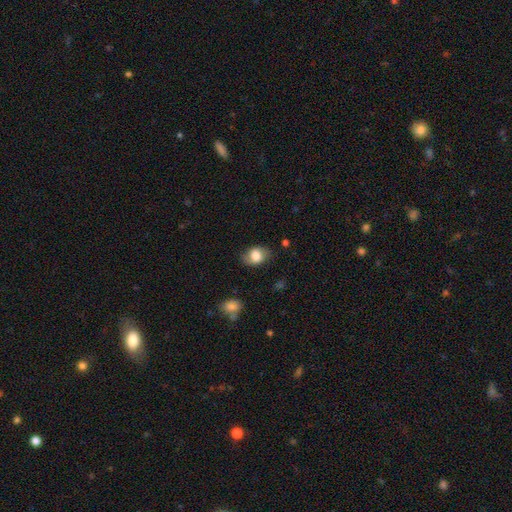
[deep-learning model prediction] smooth-or-featured: smooth: 75% | featured or disk: 17% | star or artifact: 8%
  how-rounded: in between: 75% | round: 24% | cigar-shaped: 1%
  merging: none: 75% | minor disturbance: 18% | major disturbance: 5% | merger: 2%